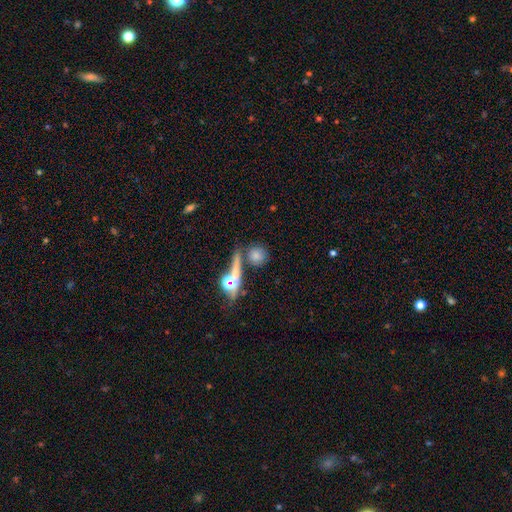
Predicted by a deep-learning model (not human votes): Q: Smooth or featured?
A: smooth (70%); runner-up: star or artifact (19%)
Q: How rounded?
A: round (79%); runner-up: in between (14%)
Q: Merging?
A: none (67%); runner-up: merger (17%)